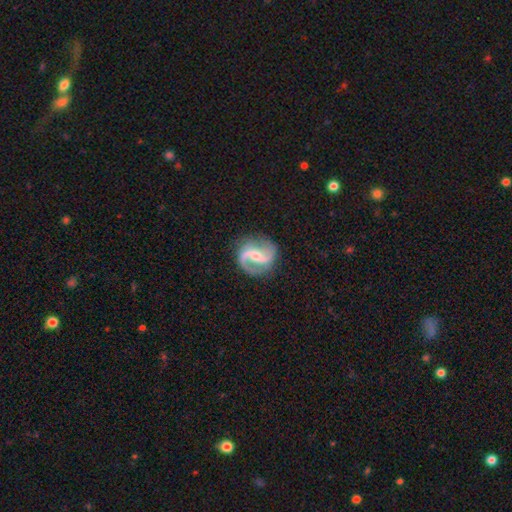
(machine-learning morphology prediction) This appears to be a featured or disk galaxy (91%) with a weak bar (40%, tied with strong), 2 (92%) medium (47%) spiral arms (97%) and a small central bulge (53%). Merging: none (82%).